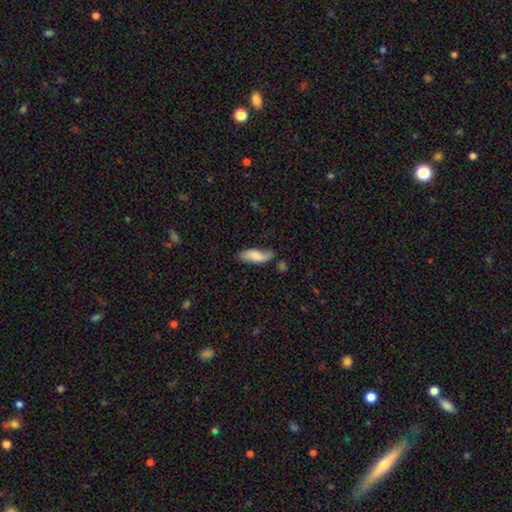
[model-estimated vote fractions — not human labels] Smooth or featured? smooth (69%)
How rounded? in between (72%)
Merging? none (59%)